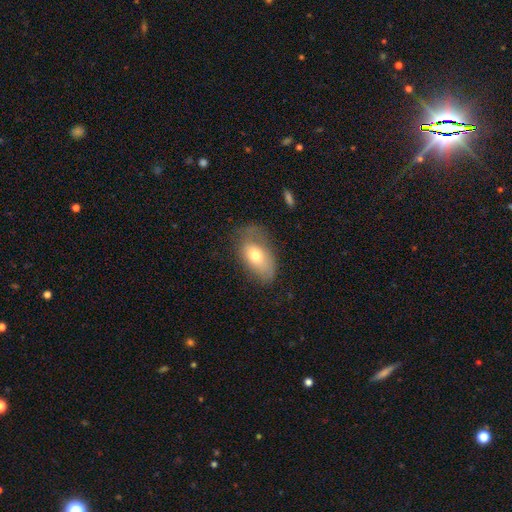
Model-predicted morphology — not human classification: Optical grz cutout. It shows a smooth galaxy with no disk features (65%) that is in between round and cigar-shaped (91%). Merging: none (46%).